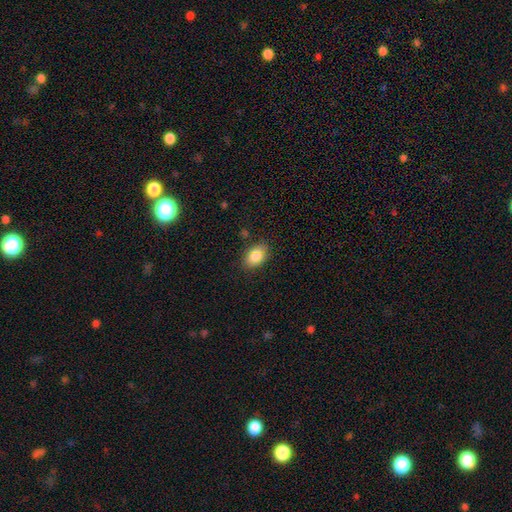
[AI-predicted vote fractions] Morphology: type=smooth (83%); roundness=in between (80%); merging=none (80%).